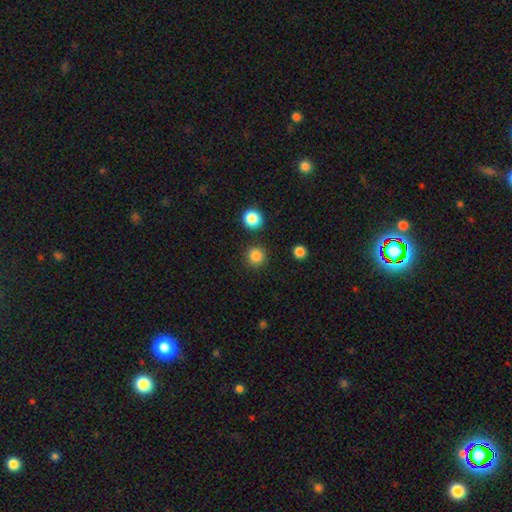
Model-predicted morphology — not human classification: smooth-or-featured: smooth: 85% | star or artifact: 12% | featured or disk: 4%
  how-rounded: round: 94% | in between: 5% | cigar-shaped: 1%
  merging: none: 88% | minor disturbance: 6% | merger: 3% | major disturbance: 2%